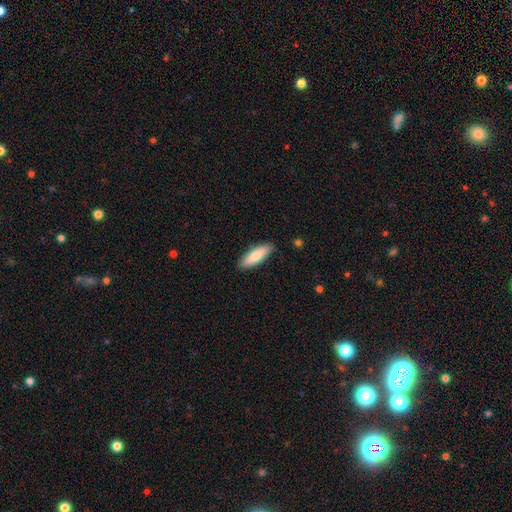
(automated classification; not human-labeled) Morphology: type=smooth (76%); roundness=in between (51%); merging=none (88%).